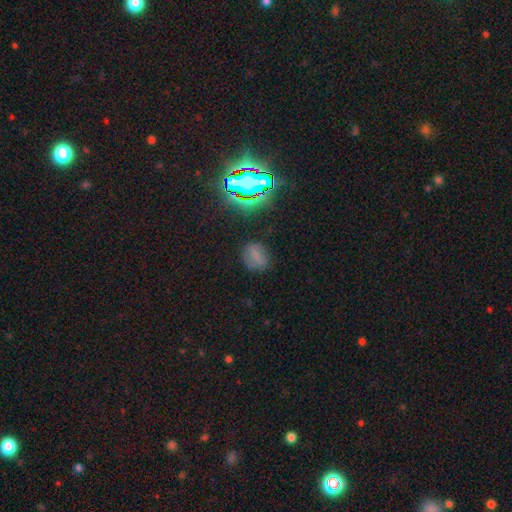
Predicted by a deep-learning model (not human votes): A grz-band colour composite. It shows a smooth galaxy with no disk features (57%) that is in between round and cigar-shaped (59%). Merging: none (74%).